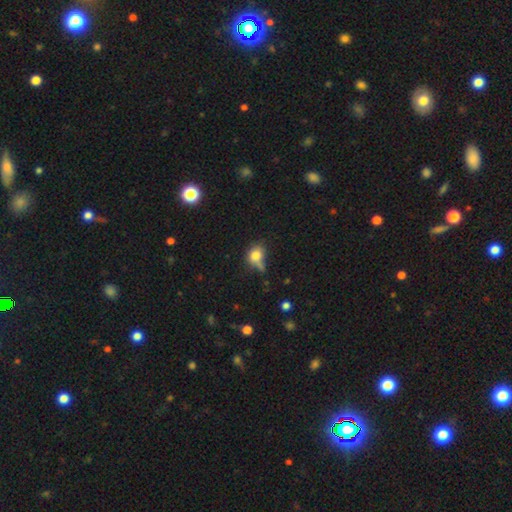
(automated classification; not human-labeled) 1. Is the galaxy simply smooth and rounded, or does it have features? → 77% smooth, 12% featured or disk, 11% star or artifact.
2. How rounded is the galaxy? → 52% round, 46% in between, 2% cigar-shaped.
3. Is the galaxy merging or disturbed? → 41% none, 27% minor disturbance, 17% merger, 15% major disturbance.